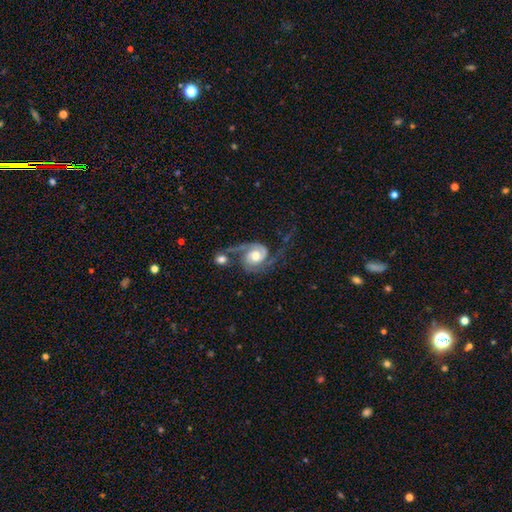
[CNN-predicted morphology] type=featured or disk (87%); edge-on=no (98%); bar=no (67%); spiral arms=yes (97%); winding=medium (45%); arm count=2 (83%); bulge=moderate (65%); merging=none (39%).